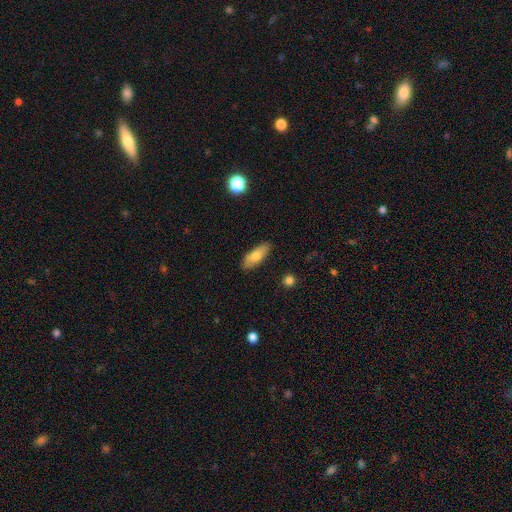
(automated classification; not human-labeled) Smooth or featured? smooth (72%)
How rounded? in between (71%)
Merging? none (86%)